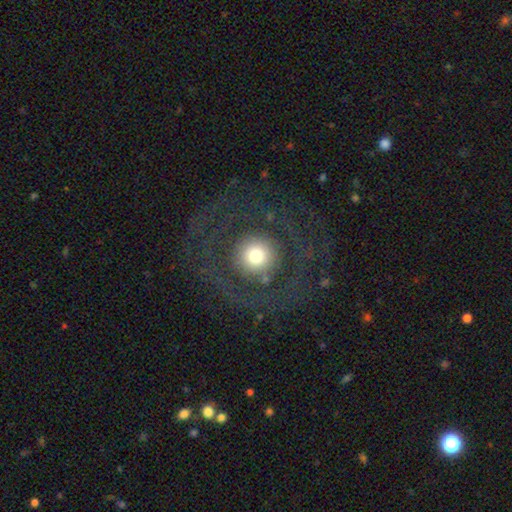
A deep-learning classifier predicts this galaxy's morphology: Smooth or featured? smooth (48%)
Merging? none (69%)